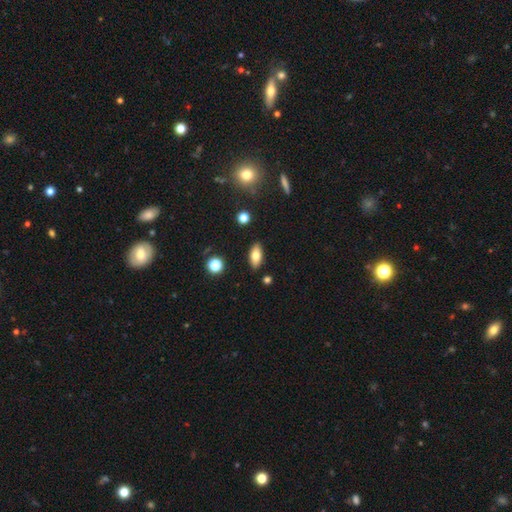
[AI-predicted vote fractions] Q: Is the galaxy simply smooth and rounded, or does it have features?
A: smooth — 73%.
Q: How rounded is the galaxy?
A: in between — 84%.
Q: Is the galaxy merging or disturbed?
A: none — 88%.